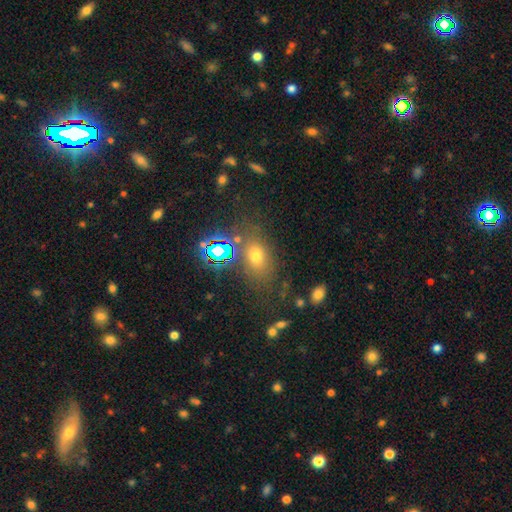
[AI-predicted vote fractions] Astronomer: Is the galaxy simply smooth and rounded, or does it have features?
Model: smooth — 63%.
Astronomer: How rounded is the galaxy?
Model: in between — 72%.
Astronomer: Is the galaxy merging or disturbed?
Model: none — 68%.